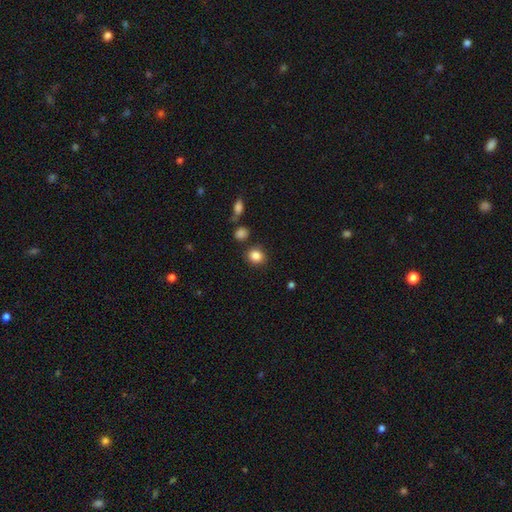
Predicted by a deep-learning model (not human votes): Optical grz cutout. It shows a smooth galaxy with no disk features (86%) that is round (79%). Merging: none (84%).